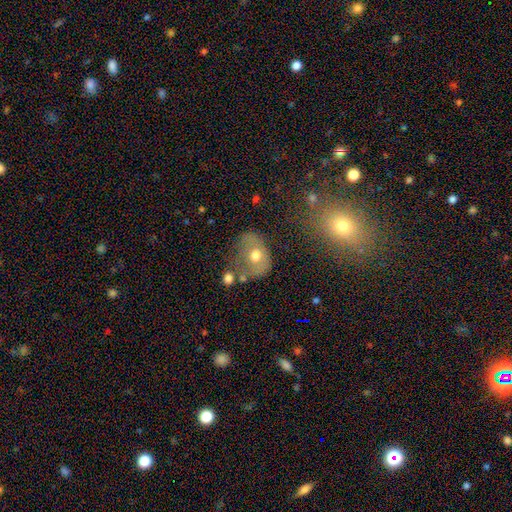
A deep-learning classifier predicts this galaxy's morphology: A smooth galaxy with no disk features (56%) that is in between round and cigar-shaped (59%). Merging: none (34%).